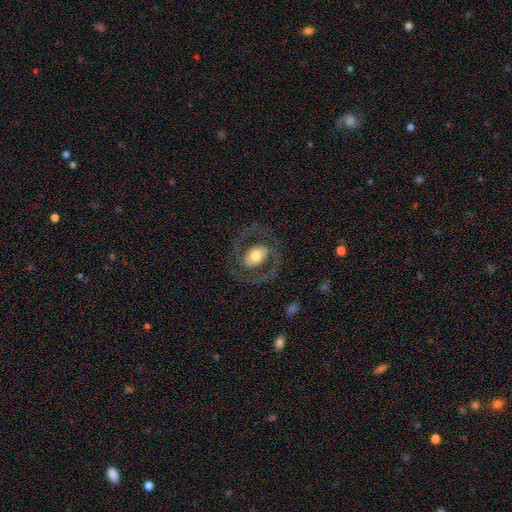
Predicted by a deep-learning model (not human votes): This is likely a featured or disk galaxy (63%). It is clearly not viewed edge-on (95%). Bar: possibly no (56%). Spiral arm pattern: possibly yes (55%). Central bulge: likely moderate (62%). Merging: likely none (75%).